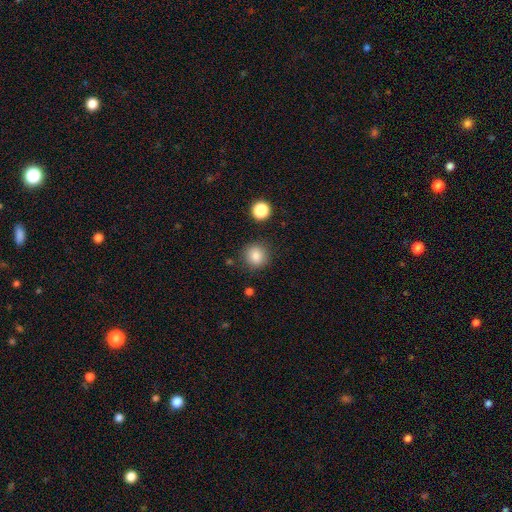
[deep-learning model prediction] smooth-or-featured: smooth: 84% | star or artifact: 11% | featured or disk: 5%
  how-rounded: round: 91% | in between: 8% | cigar-shaped: 1%
  merging: none: 86% | minor disturbance: 8% | major disturbance: 3% | merger: 3%